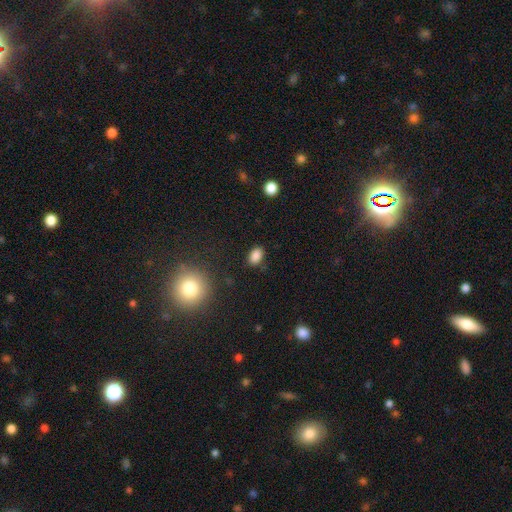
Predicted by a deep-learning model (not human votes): Overall: smooth (85%). How rounded: in between (86%). Merging: none (84%).